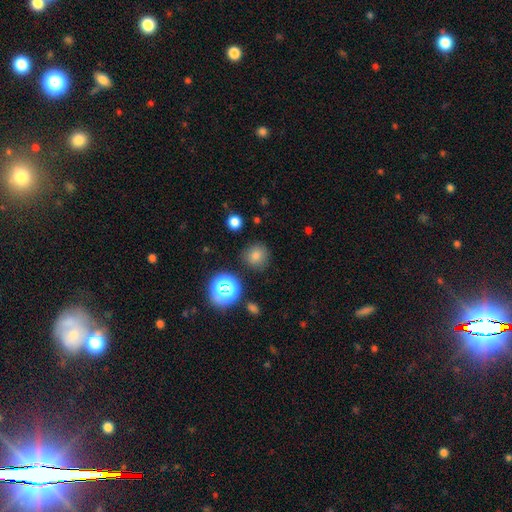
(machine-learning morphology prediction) This is likely a smooth galaxy (69%). How rounded: clearly round (92%). Merging: clearly none (86%).